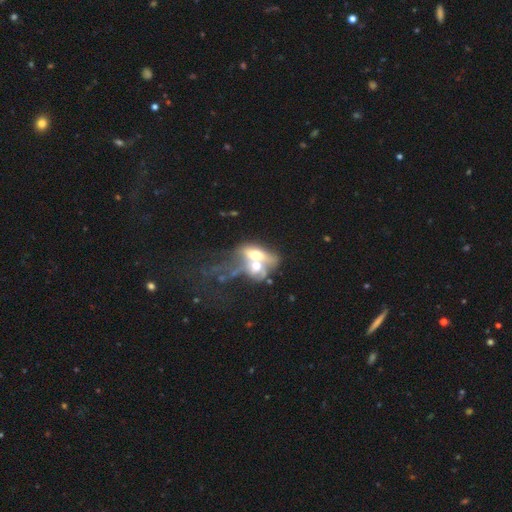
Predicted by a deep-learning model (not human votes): smooth-or-featured: featured or disk: 54% | smooth: 34% | star or artifact: 12%
  disk-edge-on: no: 79% | yes: 21%
  merging: merger: 72% | major disturbance: 14% | none: 9% | minor disturbance: 5%